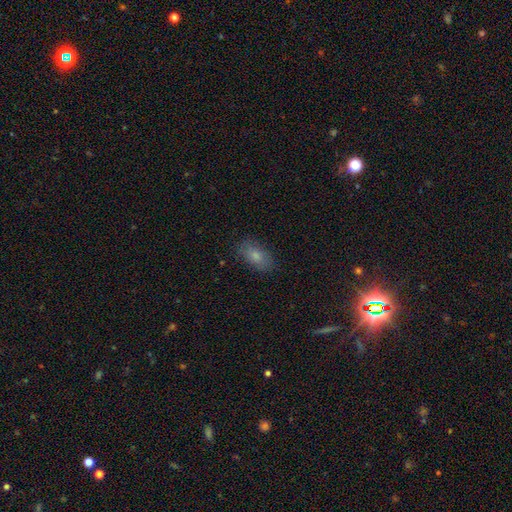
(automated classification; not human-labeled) Morphology: type=smooth (80%); roundness=in between (90%); merging=none (83%).